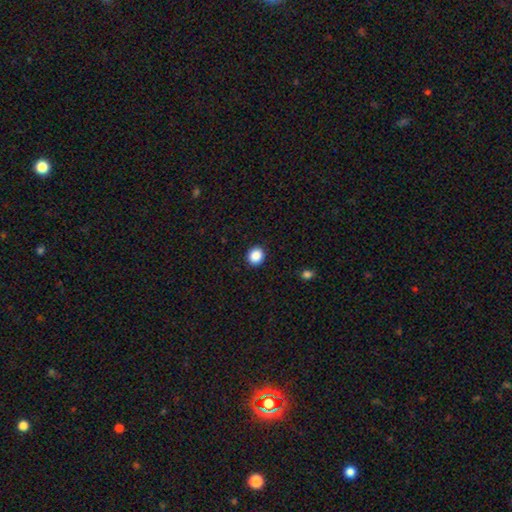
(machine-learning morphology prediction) smooth-or-featured: smooth: 88% | star or artifact: 9% | featured or disk: 3%
  how-rounded: round: 77% | in between: 22% | cigar-shaped: 1%
  merging: none: 92% | minor disturbance: 6% | major disturbance: 2% | merger: 1%